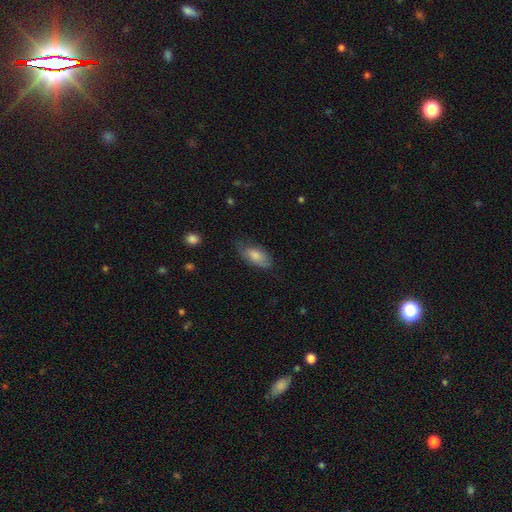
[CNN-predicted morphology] type=smooth (77%); roundness=in between (89%); merging=none (57%).